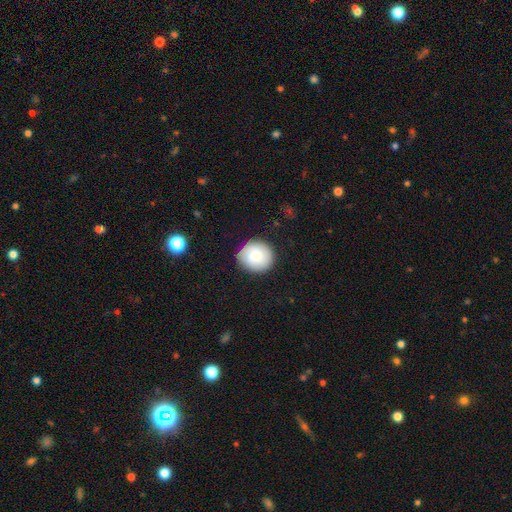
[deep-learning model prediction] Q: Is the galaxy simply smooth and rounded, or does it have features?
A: smooth — 73%.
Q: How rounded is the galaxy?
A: round — 89%.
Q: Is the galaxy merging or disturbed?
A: none — 86%.